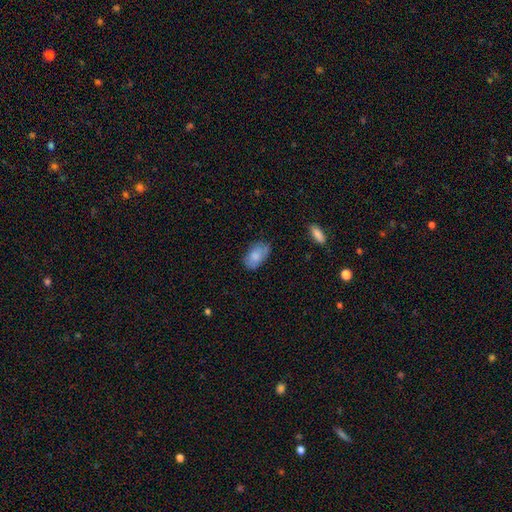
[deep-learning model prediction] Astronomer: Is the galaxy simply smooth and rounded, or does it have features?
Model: smooth — 80%.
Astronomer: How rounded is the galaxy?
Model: in between — 93%.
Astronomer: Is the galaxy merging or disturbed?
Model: none — 70%.